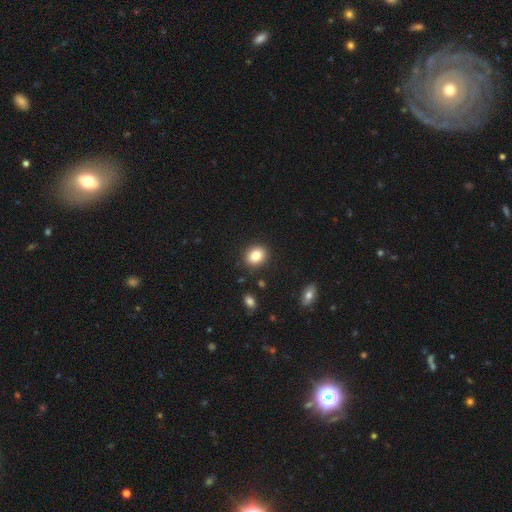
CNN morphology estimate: type=smooth (83%); roundness=round (52%); merging=none (88%).